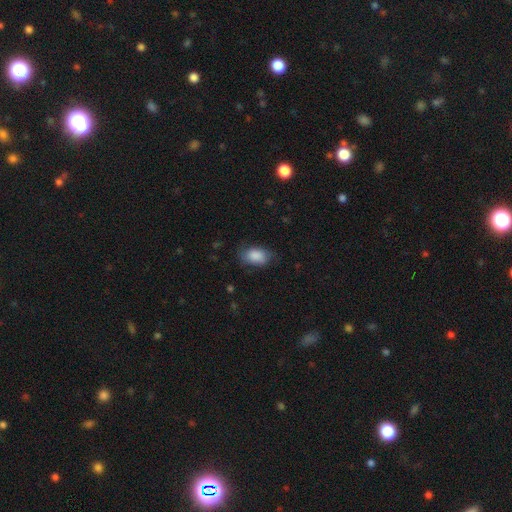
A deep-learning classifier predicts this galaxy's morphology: Smooth or featured? Predicted: smooth (p=0.86). How rounded? Predicted: in between (p=0.88). Merging? Predicted: none (p=0.70).